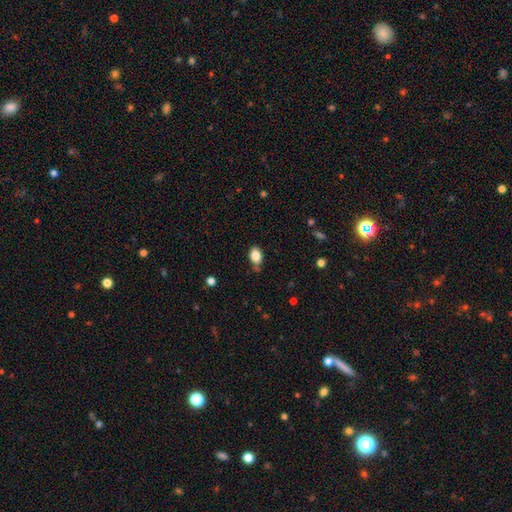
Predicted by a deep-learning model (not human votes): This appears to be a smooth galaxy with no disk features (84%) that is in between round and cigar-shaped (83%). Merging: none (68%).